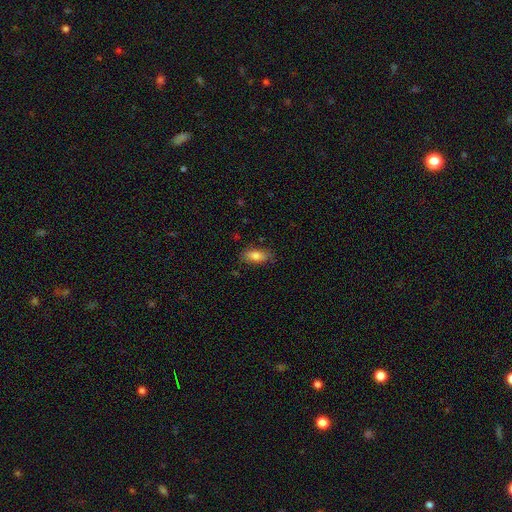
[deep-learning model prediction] smooth 81%, featured or disk 11%, star or artifact 7%. Down the decision tree: how rounded — in between (85%); merging — none (79%).